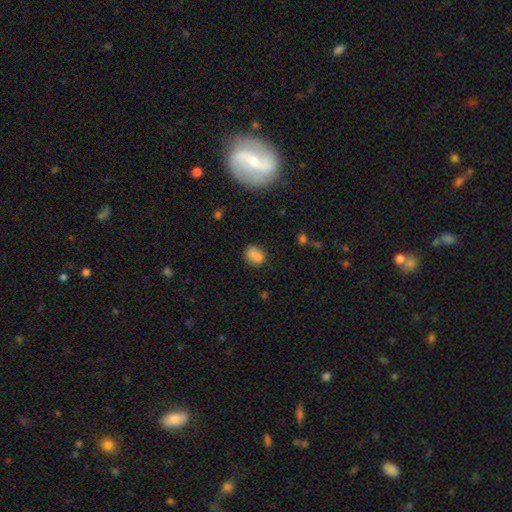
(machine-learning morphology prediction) The model was most divided on "how rounded": in between: 52%, round: 46%, cigar-shaped: 1%. More confident: smooth or featured — smooth (78%); merging — none (58%).